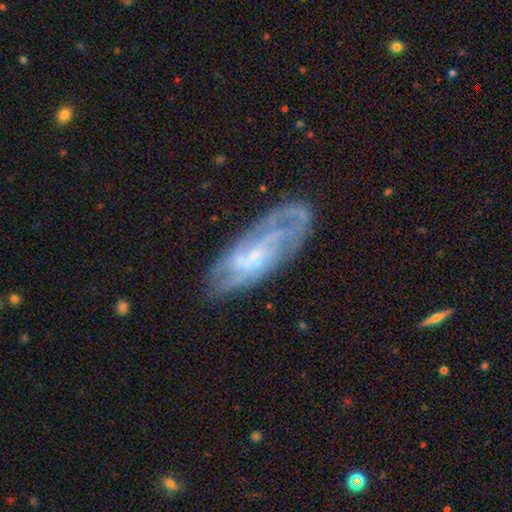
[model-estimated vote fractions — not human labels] This is likely a featured or disk galaxy (78%). It is clearly not viewed edge-on (86%). Bar: possibly no (49%). Spiral arm pattern: clearly yes (90%). Spiral arm count: marginally can't tell (41%). Spiral winding: marginally tight (43%). Central bulge: likely small (64%). Merging: likely none (72%).